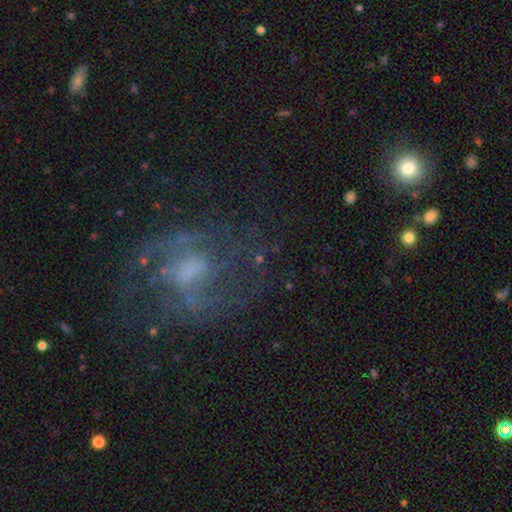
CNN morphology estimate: featured or disk 75%, star or artifact 14%, smooth 11%. Down the decision tree: edge-on disk — no (97%); bar — weak (49%); spiral arms — yes (88%); spiral arm count — 2 (64%); spiral winding — medium (51%); bulge size — moderate (36%); merging — none (65%).